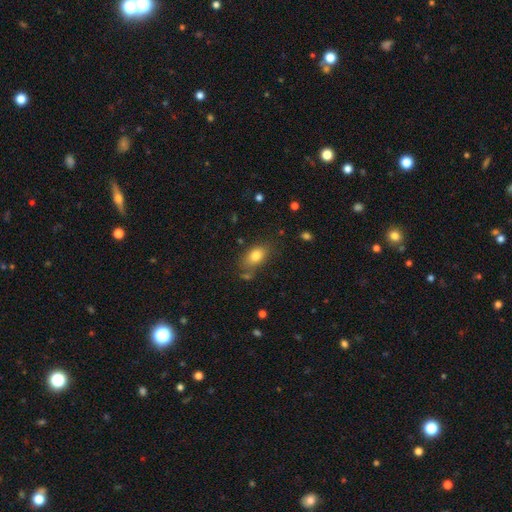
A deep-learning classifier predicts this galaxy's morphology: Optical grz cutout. It shows a smooth galaxy with no disk features (81%) that is in between round and cigar-shaped (84%). Merging: none (70%).